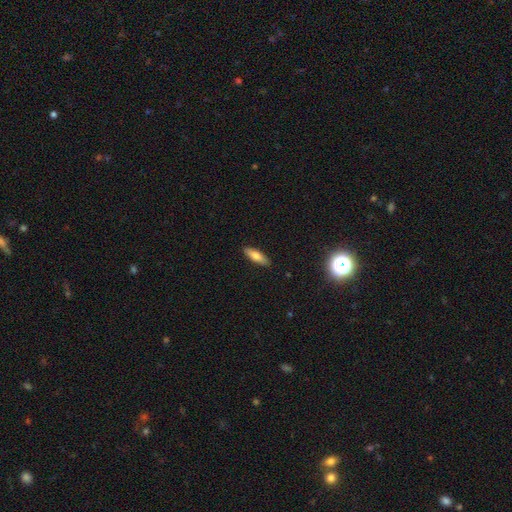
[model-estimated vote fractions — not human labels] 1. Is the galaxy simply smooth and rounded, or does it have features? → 74% smooth, 18% featured or disk, 7% star or artifact.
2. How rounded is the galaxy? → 52% cigar-shaped, 46% in between, 2% round.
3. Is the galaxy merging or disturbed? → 88% none, 9% minor disturbance, 2% major disturbance, 1% merger.